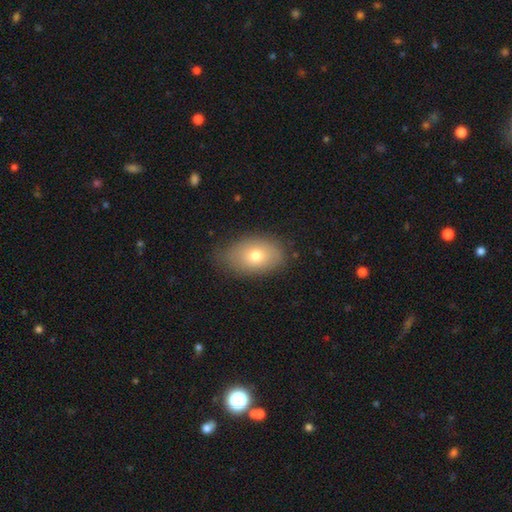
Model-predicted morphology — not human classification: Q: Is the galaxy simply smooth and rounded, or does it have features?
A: smooth — 73%.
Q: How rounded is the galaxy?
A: in between — 87%.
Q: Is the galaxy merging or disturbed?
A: none — 76%.